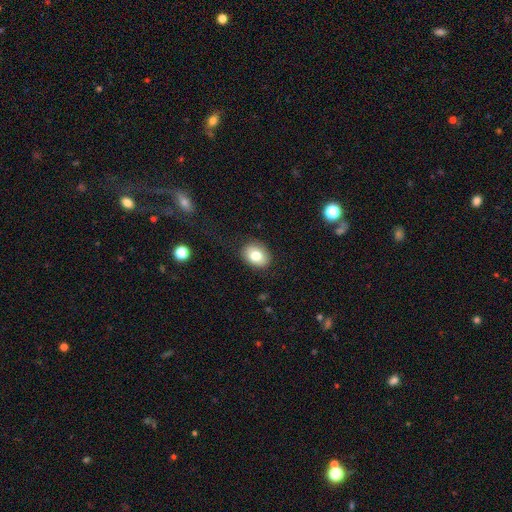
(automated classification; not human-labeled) Smooth or featured? Predicted: smooth (p=0.80). How rounded? Predicted: in between (p=0.68). Merging? Predicted: none (p=0.86).